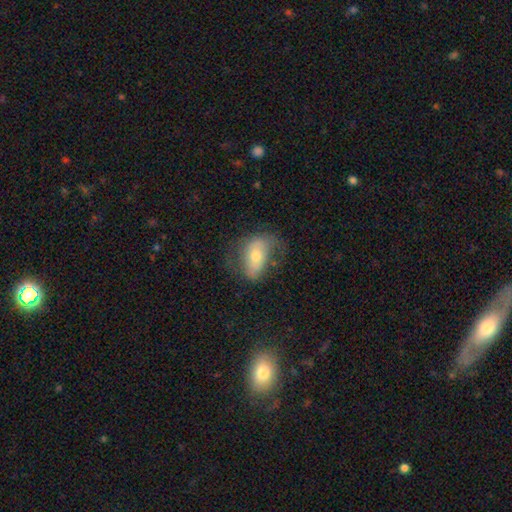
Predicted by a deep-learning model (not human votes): smooth-or-featured: smooth: 46% | featured or disk: 45% | star or artifact: 9%
  merging: none: 56% | minor disturbance: 26% | major disturbance: 16% | merger: 2%